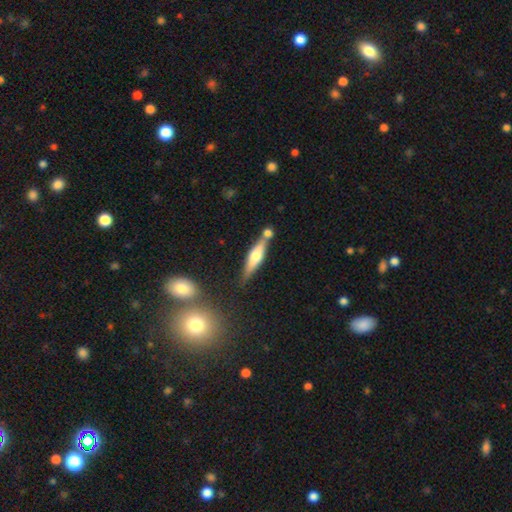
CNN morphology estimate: smooth_or_featured: featured or disk (p=0.50) [alt: smooth p=0.43]
merging: none (p=0.62) [alt: merger p=0.21]